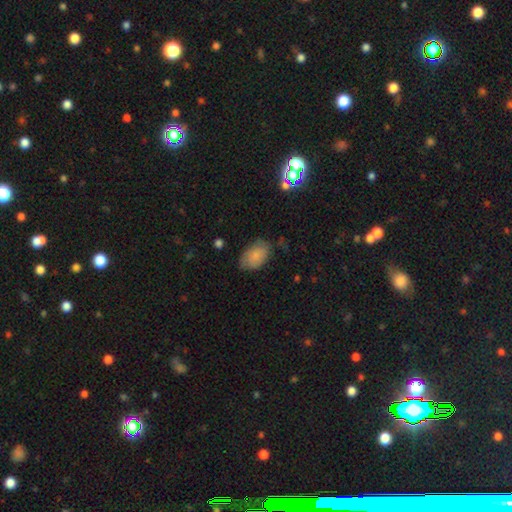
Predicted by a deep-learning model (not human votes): Smooth or featured? smooth (83%)
How rounded? in between (91%)
Merging? none (70%)